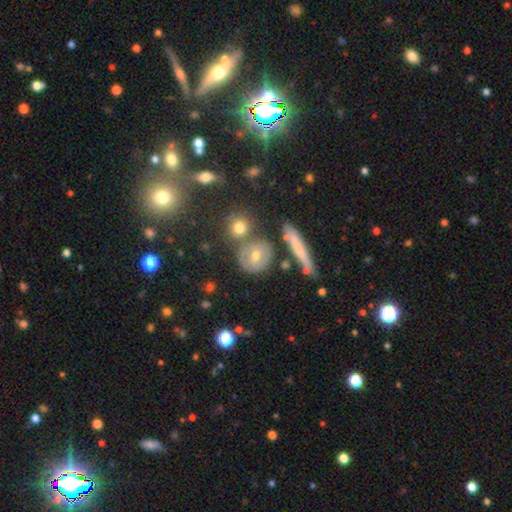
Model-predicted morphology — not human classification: Q: Smooth or featured?
A: smooth (50%); runner-up: featured or disk (39%)
Q: How rounded?
A: round (75%); runner-up: in between (20%)
Q: Merging?
A: none (64%); runner-up: minor disturbance (15%)